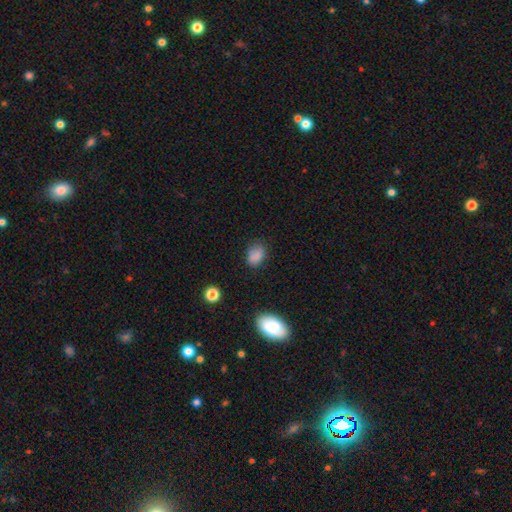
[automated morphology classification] A smooth galaxy with no disk features (82%) that is in between round and cigar-shaped (72%). Merging: none (70%).